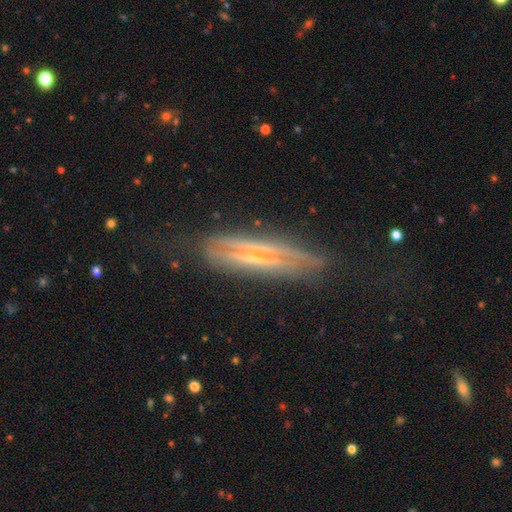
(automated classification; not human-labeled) Smooth or featured?
  - featured or disk: 71% *
  - smooth: 20%
  - star or artifact: 9%
Edge-on disk?
  - yes: 84% *
  - no: 16%
Edge-on bulge?
  - rounded: 52% *
  - none: 36%
  - boxy: 12%
Merging?
  - none: 71% *
  - minor disturbance: 19%
  - major disturbance: 8%
  - merger: 2%